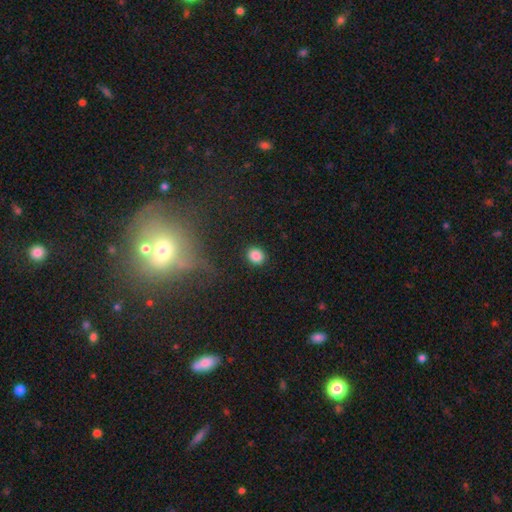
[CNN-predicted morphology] smooth-or-featured: smooth: 86% | star or artifact: 10% | featured or disk: 4%
  how-rounded: round: 71% | in between: 28% | cigar-shaped: 1%
  merging: none: 90% | minor disturbance: 7% | major disturbance: 2% | merger: 1%